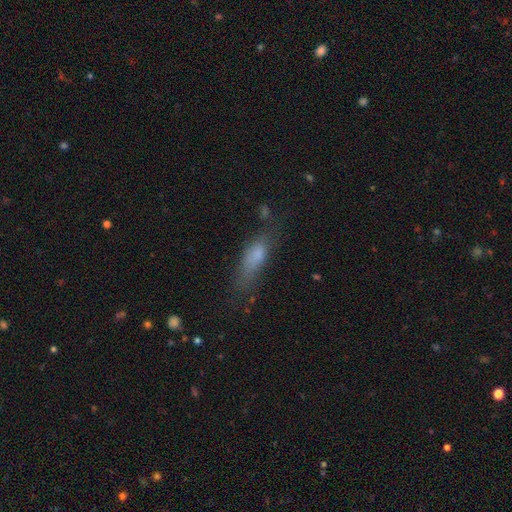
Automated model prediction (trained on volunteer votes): smooth-or-featured: smooth: 71% | featured or disk: 18% | star or artifact: 11%
  how-rounded: in between: 52% | cigar-shaped: 45% | round: 3%
  merging: none: 52% | minor disturbance: 27% | major disturbance: 18% | merger: 4%